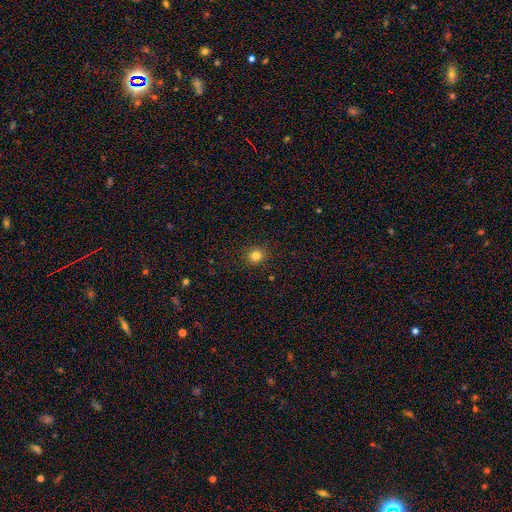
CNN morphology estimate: smooth-or-featured: smooth: 82% | star or artifact: 13% | featured or disk: 5%
  how-rounded: round: 86% | in between: 13% | cigar-shaped: 1%
  merging: none: 89% | minor disturbance: 7% | major disturbance: 2% | merger: 1%